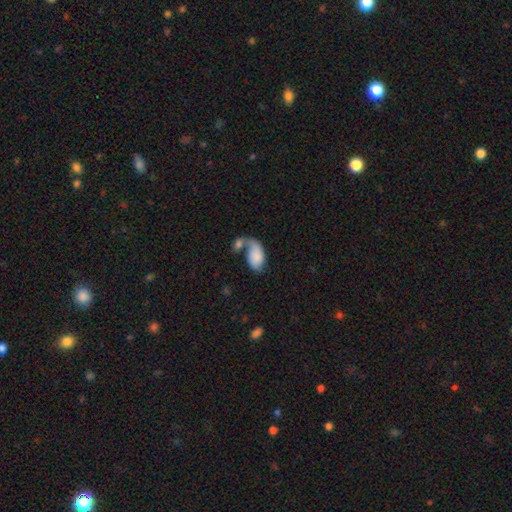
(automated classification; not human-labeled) A smooth galaxy with no disk features (72%) that is in between round and cigar-shaped (93%).

Vote fractions:
- Smooth or featured? smooth: 72% / featured or disk: 21% / star or artifact: 7%
- How rounded? in between: 93% / round: 5% / cigar-shaped: 2%
- Merging? merger: 47% / none: 22% / major disturbance: 18% / minor disturbance: 13%